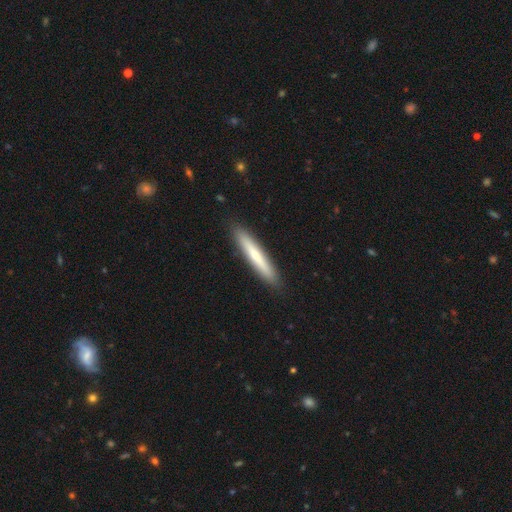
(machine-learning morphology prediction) Smooth or featured? smooth (59%)
How rounded? cigar-shaped (94%)
Merging? none (91%)